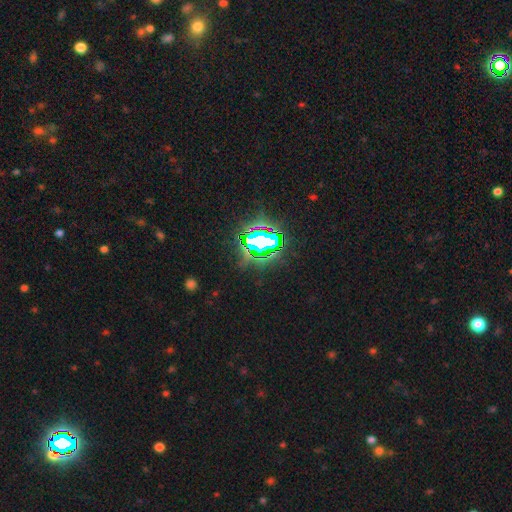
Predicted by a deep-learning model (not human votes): Morphology: type=star or artifact (83%).